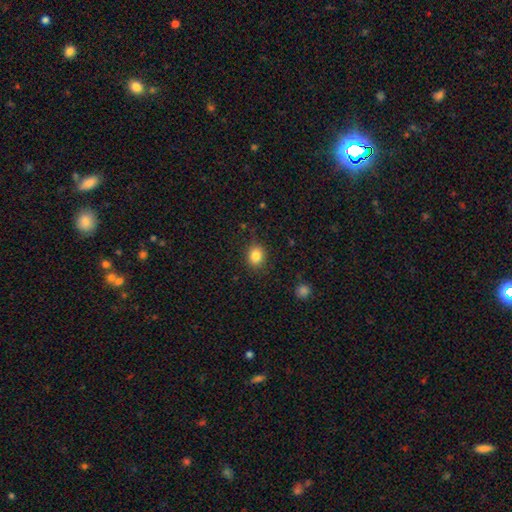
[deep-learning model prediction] smooth 84%, star or artifact 10%, featured or disk 6%. Down the decision tree: how rounded — round (67%); merging — none (85%).